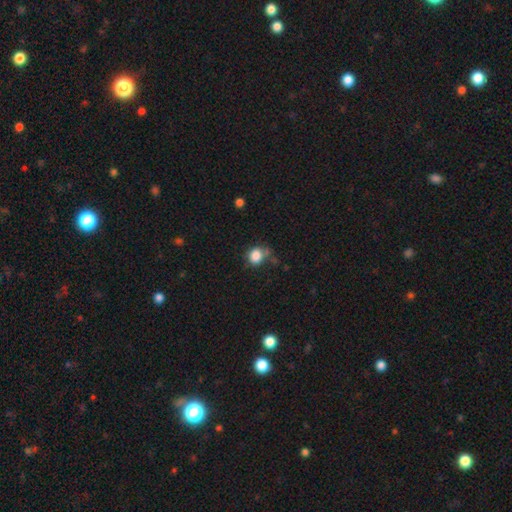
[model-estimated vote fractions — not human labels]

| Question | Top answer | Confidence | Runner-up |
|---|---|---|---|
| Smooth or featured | smooth | 84% | star or artifact (10%) |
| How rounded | round | 66% | in between (33%) |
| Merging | none | 59% | minor disturbance (23%) |